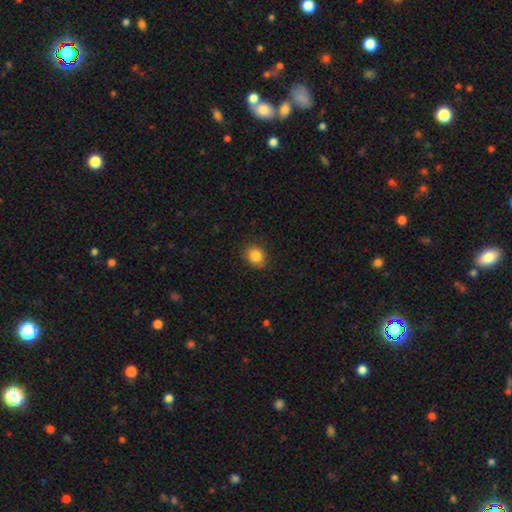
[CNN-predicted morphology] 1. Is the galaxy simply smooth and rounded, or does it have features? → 86% smooth, 9% star or artifact, 5% featured or disk.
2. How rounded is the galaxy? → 60% round, 39% in between, 1% cigar-shaped.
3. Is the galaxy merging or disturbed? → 85% none, 11% minor disturbance, 3% major disturbance, 1% merger.